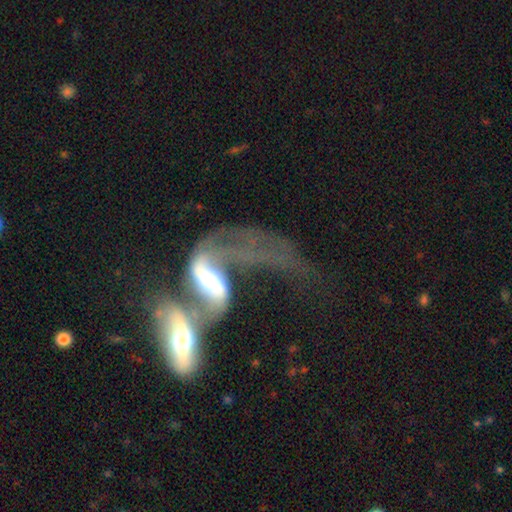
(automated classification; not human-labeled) smooth_or_featured: featured or disk (p=0.72) [alt: smooth p=0.20]
disk_edge_on: no (p=0.87) [alt: yes p=0.13]
bar: no (p=0.47) [alt: weak p=0.33]
has_spiral_arms: yes (p=0.75) [alt: no p=0.25]
bulge_size: moderate (p=0.55) [alt: small p=0.24]
merging: merger (p=0.73) [alt: major disturbance p=0.17]